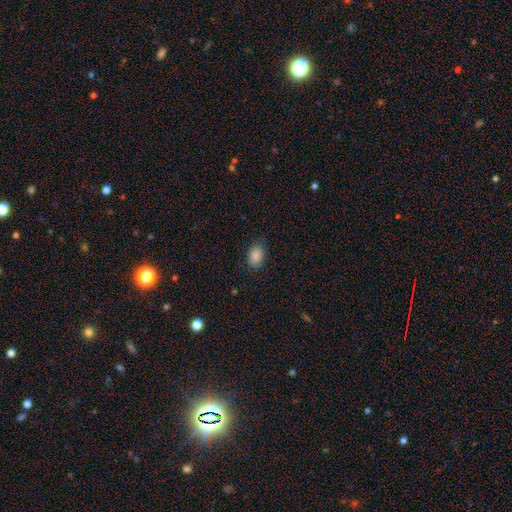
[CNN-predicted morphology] Smooth or featured? Predicted: smooth (p=0.87). How rounded? Predicted: in between (p=0.88). Merging? Predicted: none (p=0.82).